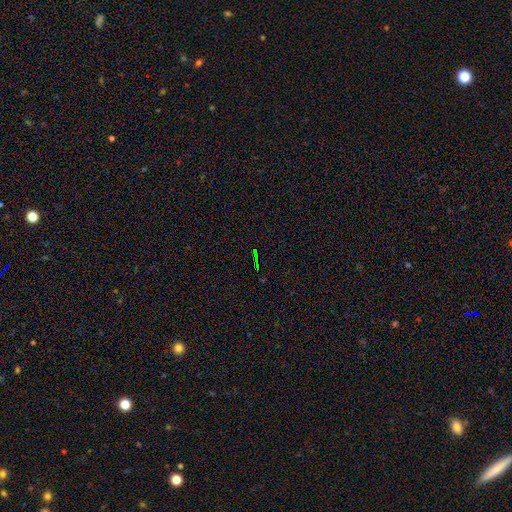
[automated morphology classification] The model was most divided on "smooth or featured": star or artifact: 75%, smooth: 14%, featured or disk: 11%.